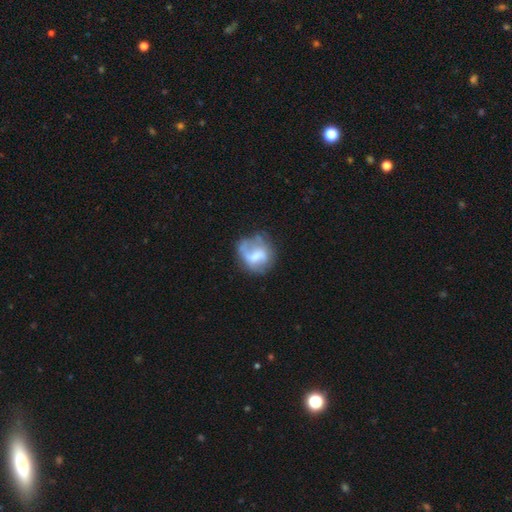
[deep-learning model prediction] Q: Smooth or featured?
A: featured or disk (51%); runner-up: smooth (41%)
Q: Edge-on disk?
A: no (97%); runner-up: yes (3%)
Q: Merging?
A: none (42%); runner-up: minor disturbance (27%)